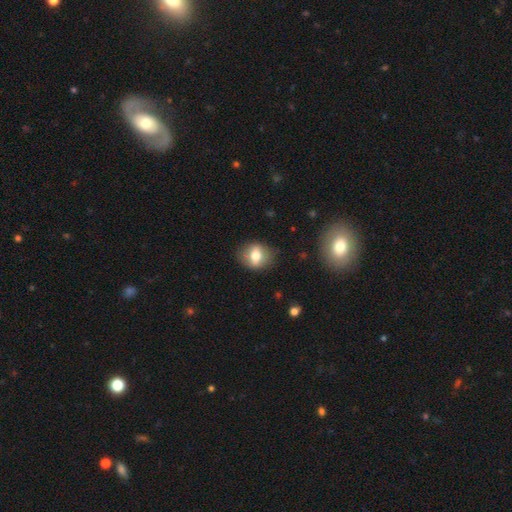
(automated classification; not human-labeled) This is likely a smooth galaxy (65%). How rounded: possibly round (53%). Merging: likely none (80%).